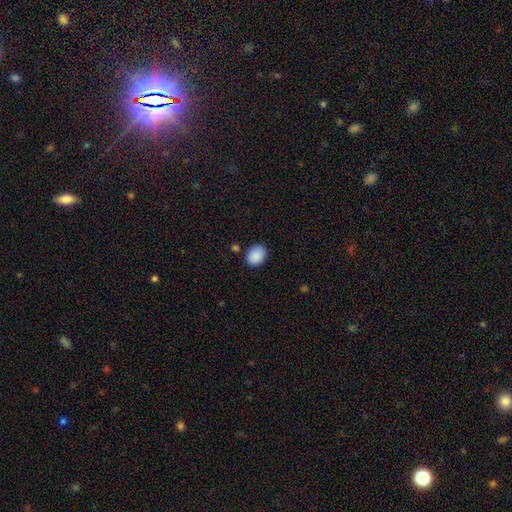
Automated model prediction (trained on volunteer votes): Smooth or featured? Predicted: smooth (p=0.90). How rounded? Predicted: in between (p=0.68). Merging? Predicted: none (p=0.83).